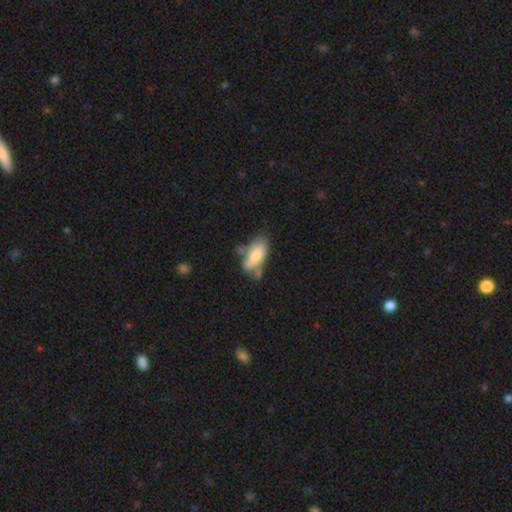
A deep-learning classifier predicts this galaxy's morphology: Smooth or featured?
  - smooth: 65% *
  - featured or disk: 28%
  - star or artifact: 7%
How rounded?
  - in between: 85% *
  - cigar-shaped: 12%
  - round: 3%
Merging?
  - none: 37% *
  - minor disturbance: 28%
  - merger: 20%
  - major disturbance: 15%